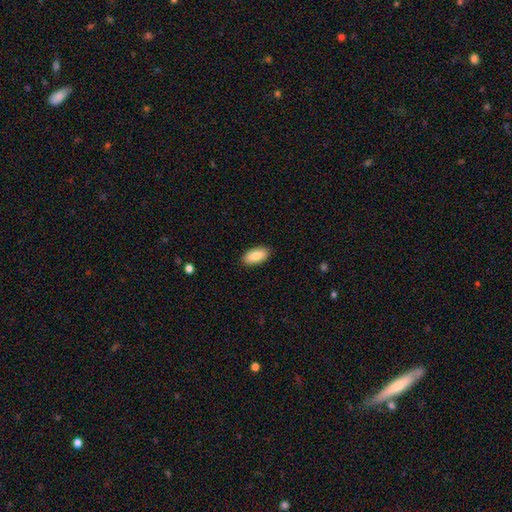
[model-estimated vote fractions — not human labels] Smooth or featured: smooth — 85% (featured or disk — 8%)
How rounded: in between — 93% (cigar-shaped — 5%)
Merging: none — 89% (minor disturbance — 8%)